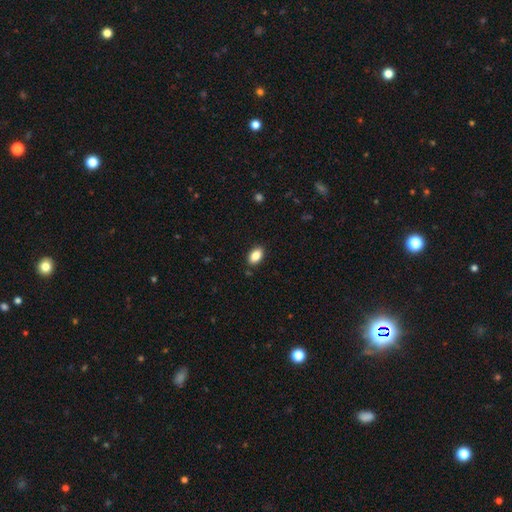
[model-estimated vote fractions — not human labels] The model was most divided on "smooth or featured": smooth: 86%, star or artifact: 8%, featured or disk: 6%. More confident: how rounded — in between (91%); merging — none (88%).